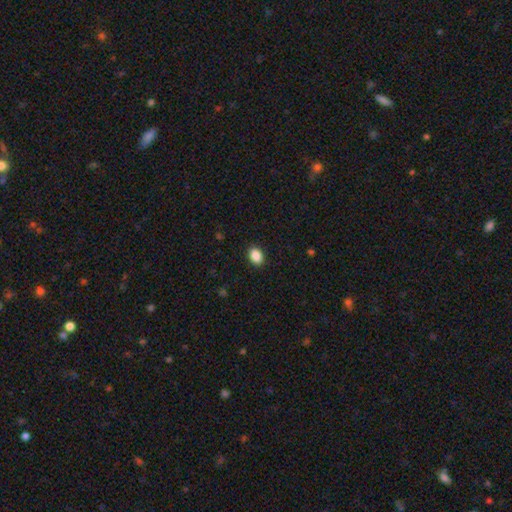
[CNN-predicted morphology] smooth_or_featured: smooth (p=0.89) [alt: star or artifact p=0.08]
how_rounded: in between (p=0.76) [alt: round p=0.23]
merging: none (p=0.90) [alt: minor disturbance p=0.07]